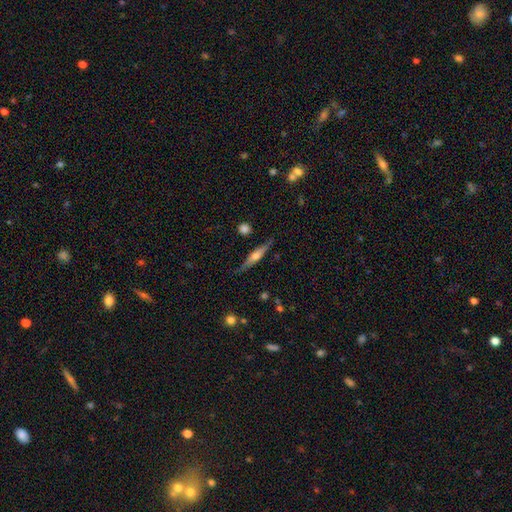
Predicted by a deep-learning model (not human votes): Smooth or featured?
  - featured or disk: 67% *
  - smooth: 27%
  - star or artifact: 6%
Edge-on disk?
  - yes: 96% *
  - no: 4%
Edge-on bulge?
  - rounded: 83% *
  - boxy: 11%
  - none: 7%
Merging?
  - none: 84% *
  - minor disturbance: 12%
  - major disturbance: 2%
  - merger: 2%